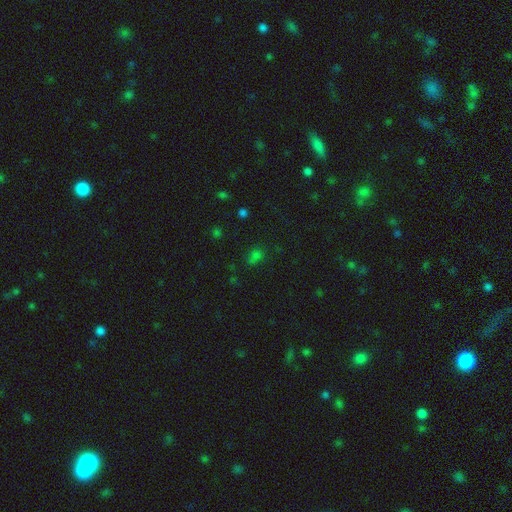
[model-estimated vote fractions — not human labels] Smooth or featured? Predicted: smooth (p=0.61). How rounded? Predicted: in between (p=0.55). Merging? Predicted: none (p=0.63).